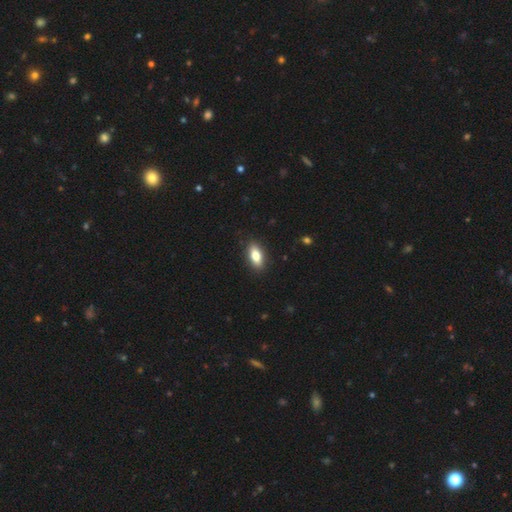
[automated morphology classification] This is clearly a smooth galaxy (81%). How rounded: clearly in between (84%). Merging: clearly none (89%).